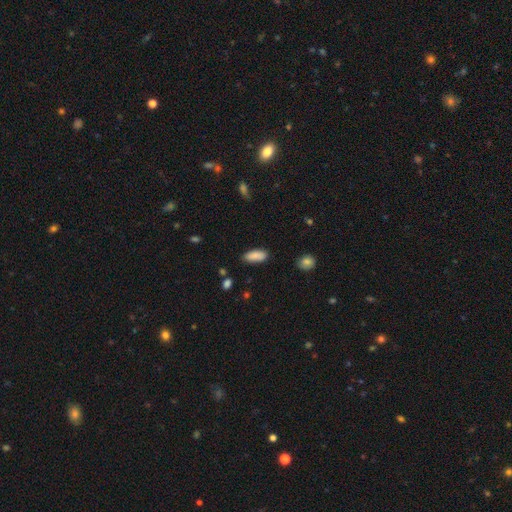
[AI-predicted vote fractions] This is clearly a smooth galaxy (88%). How rounded: likely in between (80%). Merging: clearly none (82%).